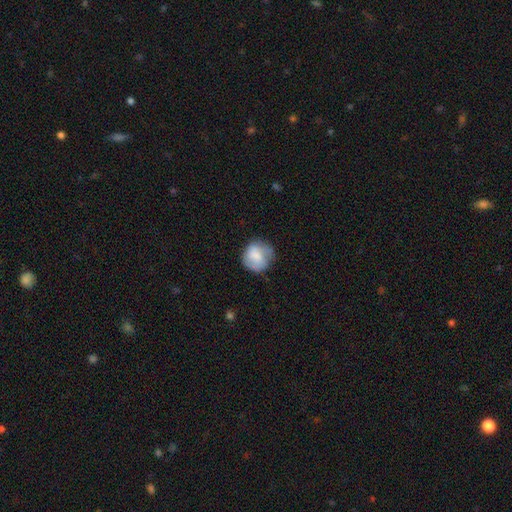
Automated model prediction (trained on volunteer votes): smooth_or_featured: smooth (p=0.73) [alt: featured or disk p=0.20]
how_rounded: round (p=0.83) [alt: in between p=0.16]
merging: none (p=0.62) [alt: minor disturbance p=0.26]